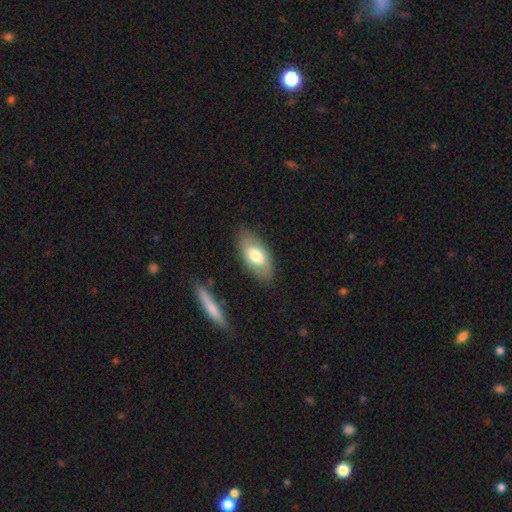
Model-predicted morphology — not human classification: Smooth or featured? smooth (70%)
How rounded? in between (92%)
Merging? none (82%)